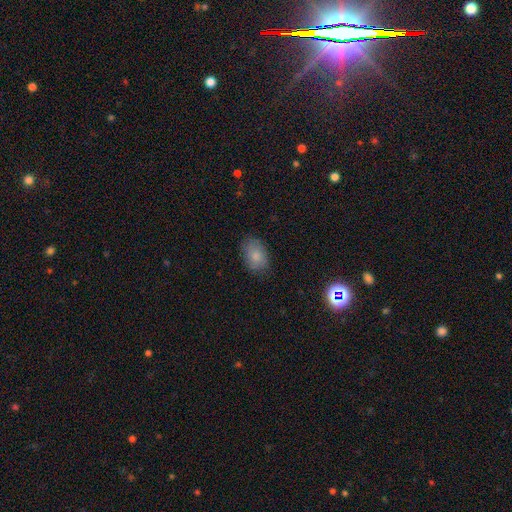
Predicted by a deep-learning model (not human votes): This is clearly a smooth galaxy (83%). How rounded: clearly in between (84%). Merging: clearly none (80%).